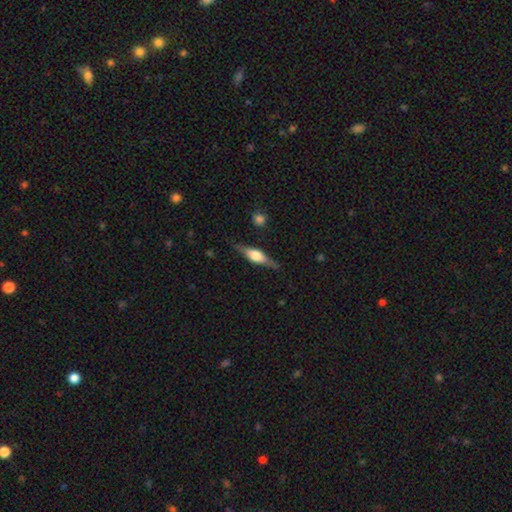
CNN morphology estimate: A featured or disk galaxy (66%) viewed edge-on (96%) with a rounded central bulge (85%). Merging: none (84%).